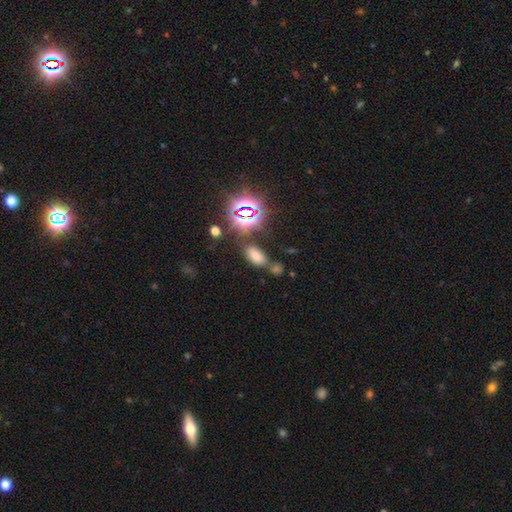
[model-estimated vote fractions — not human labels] smooth 64%, star or artifact 28%, featured or disk 8%. Down the decision tree: how rounded — in between (90%); merging — none (63%).